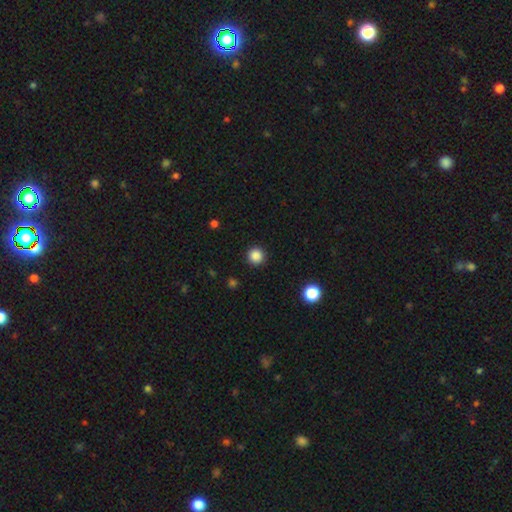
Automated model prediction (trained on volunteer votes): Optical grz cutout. It shows a smooth galaxy with no disk features (86%) that is round (96%). Merging: none (92%).